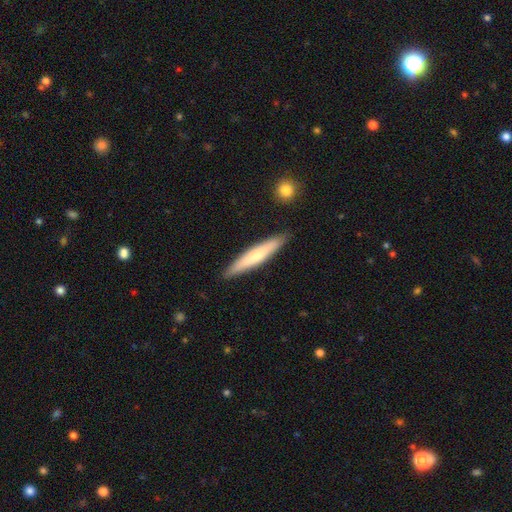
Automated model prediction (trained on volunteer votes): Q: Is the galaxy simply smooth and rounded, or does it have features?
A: smooth — 56%.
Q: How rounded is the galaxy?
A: cigar-shaped — 92%.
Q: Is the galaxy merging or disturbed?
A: none — 89%.